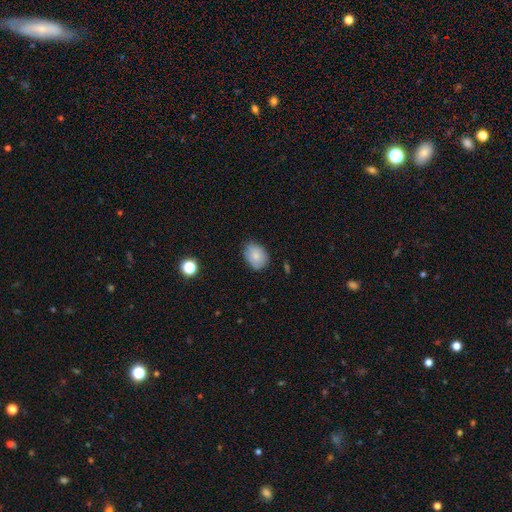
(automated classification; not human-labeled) Overall: smooth (82%). How rounded: in between (66%; round 33%). Merging: none (75%).